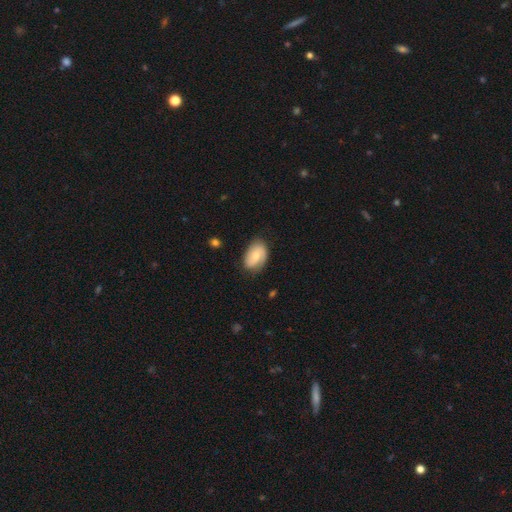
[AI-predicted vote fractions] Smooth or featured? featured or disk (48%)
Merging? none (74%)